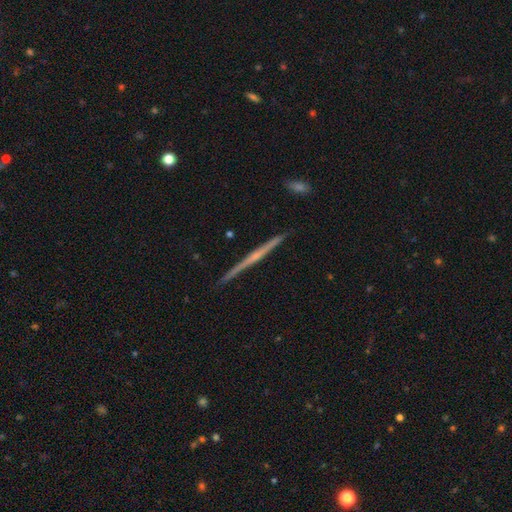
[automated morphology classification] A featured or disk galaxy (78%) viewed edge-on (98%) with no central bulge (48%).

Vote fractions:
- Smooth or featured? featured or disk: 78% / smooth: 17% / star or artifact: 6%
- Edge-on disk? yes: 98% / no: 2%
- Edge-on bulge? none: 48% / rounded: 45% / boxy: 7%
- Merging? none: 92% / minor disturbance: 6% / merger: 1% / major disturbance: 1%